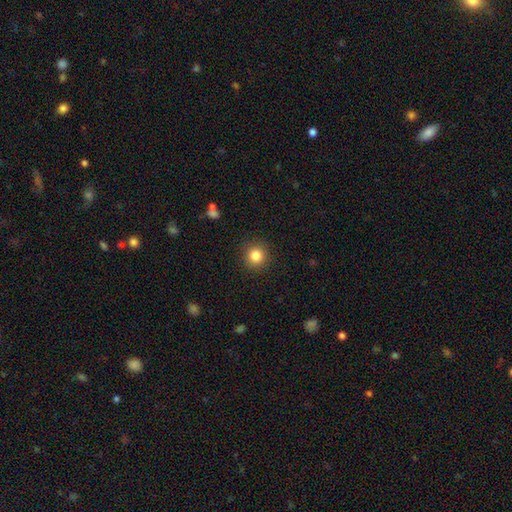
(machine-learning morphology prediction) type=smooth (84%); roundness=round (94%); merging=none (91%).